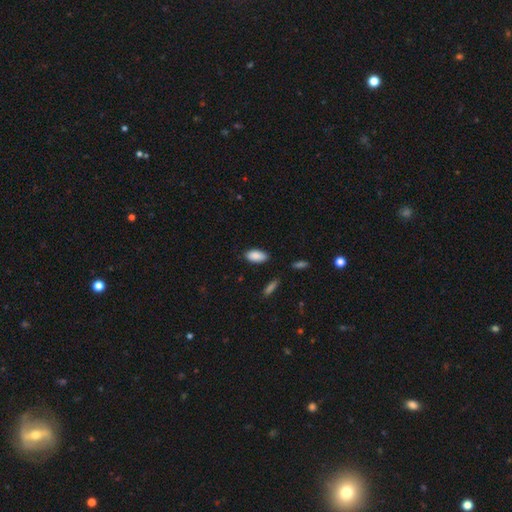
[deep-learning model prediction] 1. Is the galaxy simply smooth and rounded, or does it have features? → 89% smooth, 7% star or artifact, 5% featured or disk.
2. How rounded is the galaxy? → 92% in between, 6% cigar-shaped, 2% round.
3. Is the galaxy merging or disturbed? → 82% none, 13% minor disturbance, 3% major disturbance, 2% merger.